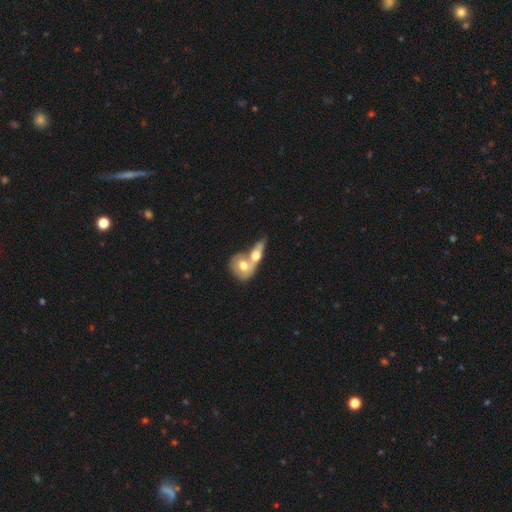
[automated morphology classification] smooth 51%, featured or disk 43%, star or artifact 6%. Down the decision tree: how rounded — in between (58%); merging — merger (73%).